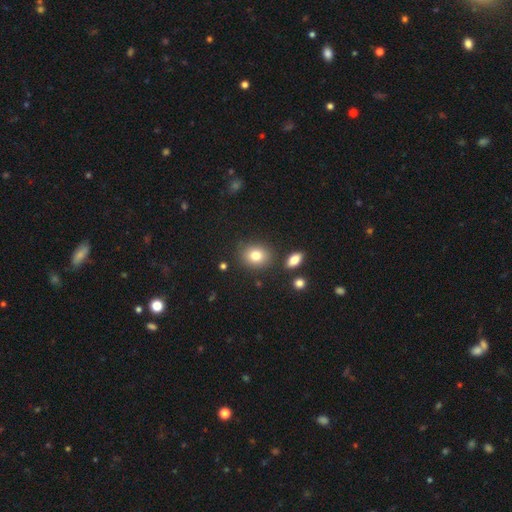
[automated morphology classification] smooth-or-featured: smooth: 81% | star or artifact: 10% | featured or disk: 9%
  how-rounded: round: 61% | in between: 38% | cigar-shaped: 1%
  merging: none: 82% | minor disturbance: 10% | merger: 5% | major disturbance: 3%